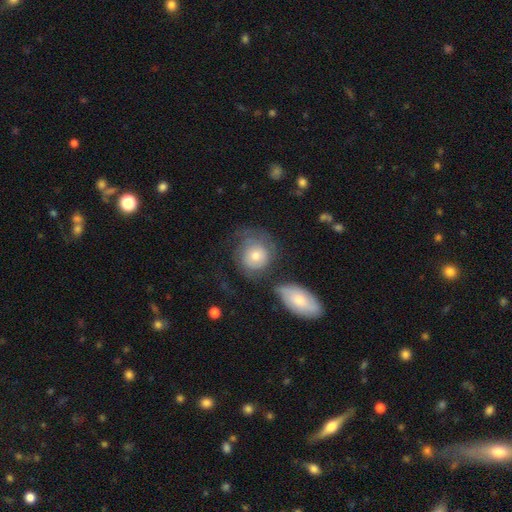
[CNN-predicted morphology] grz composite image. It shows a smooth galaxy with no disk features (52%) that is round (78%). Merging: none (44%).